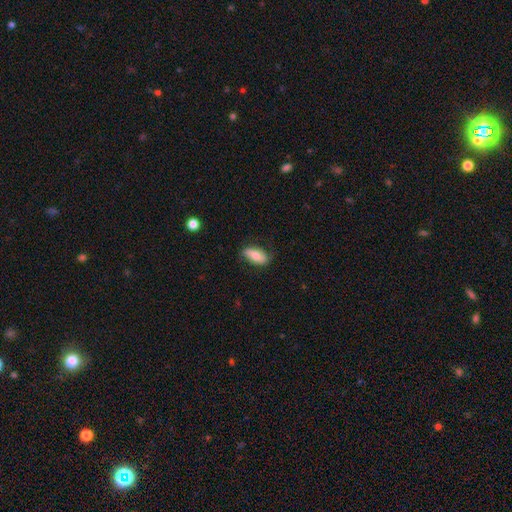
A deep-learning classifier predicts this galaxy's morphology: type=smooth (67%); roundness=in between (89%); merging=none (71%).